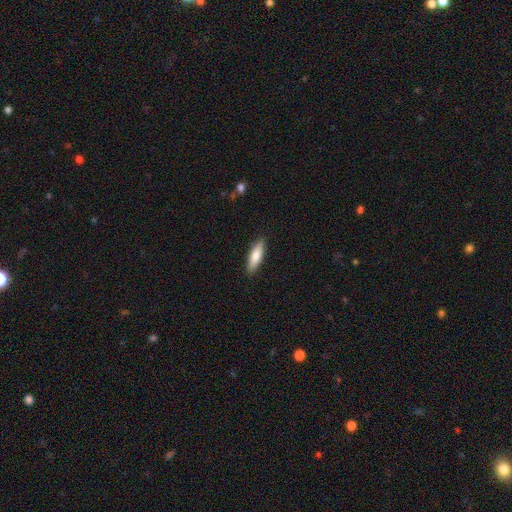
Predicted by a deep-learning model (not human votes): The model was most divided on "how rounded": cigar-shaped: 58%, in between: 40%, round: 2%. More confident: merging — none (89%); smooth or featured — smooth (78%).